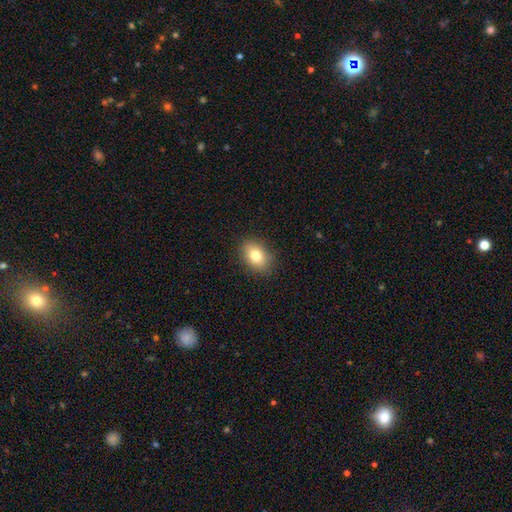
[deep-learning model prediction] The model was most divided on "how rounded": in between: 74%, round: 25%, cigar-shaped: 1%. More confident: merging — none (88%); smooth or featured — smooth (79%).